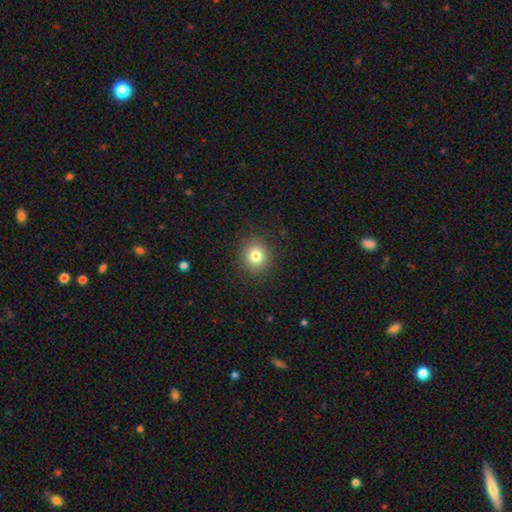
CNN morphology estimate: The model was most divided on "smooth or featured": smooth: 81%, star or artifact: 12%, featured or disk: 7%. More confident: merging — none (90%); how rounded — round (86%).